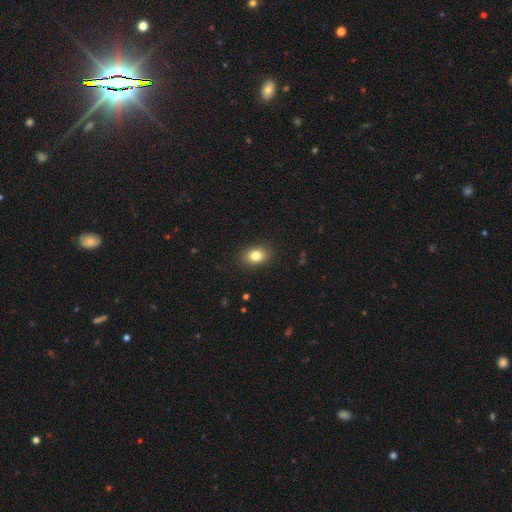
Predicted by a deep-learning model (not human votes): Morphology: type=smooth (82%); roundness=in between (71%); merging=none (88%).